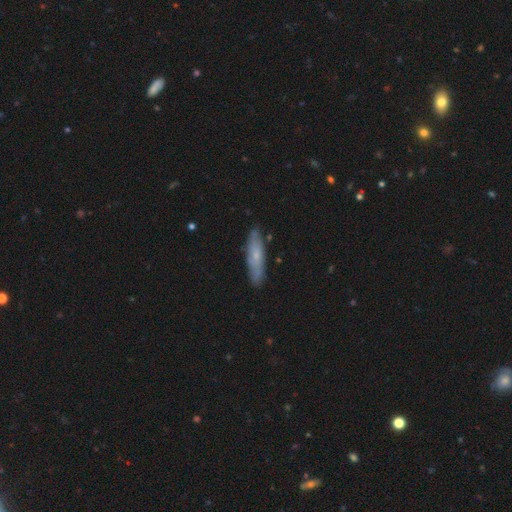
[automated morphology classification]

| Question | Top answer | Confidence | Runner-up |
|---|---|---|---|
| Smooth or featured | smooth | 55% | featured or disk (38%) |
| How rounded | cigar-shaped | 74% | in between (24%) |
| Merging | none | 82% | minor disturbance (14%) |